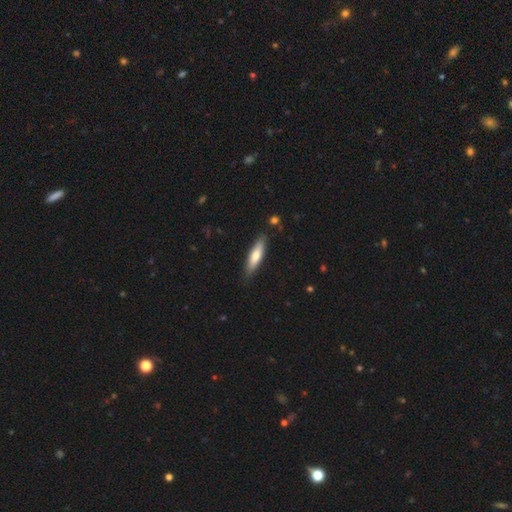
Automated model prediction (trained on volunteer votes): smooth 65%, featured or disk 30%, star or artifact 5%. Down the decision tree: how rounded — cigar-shaped (68%); merging — none (84%).